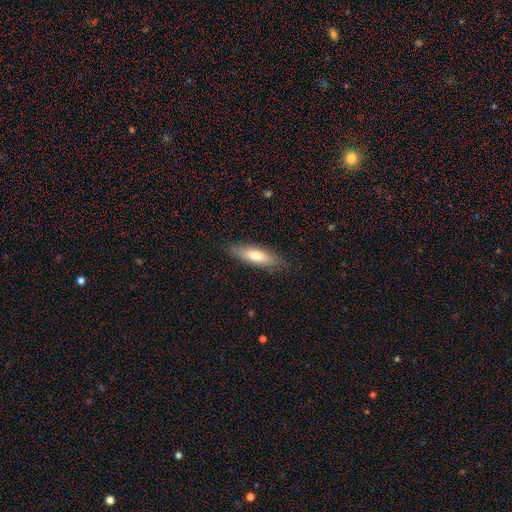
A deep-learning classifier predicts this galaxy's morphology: smooth-or-featured: smooth: 70% | featured or disk: 24% | star or artifact: 6%
  how-rounded: cigar-shaped: 59% | in between: 39% | round: 2%
  merging: none: 85% | minor disturbance: 12% | major disturbance: 3% | merger: 1%